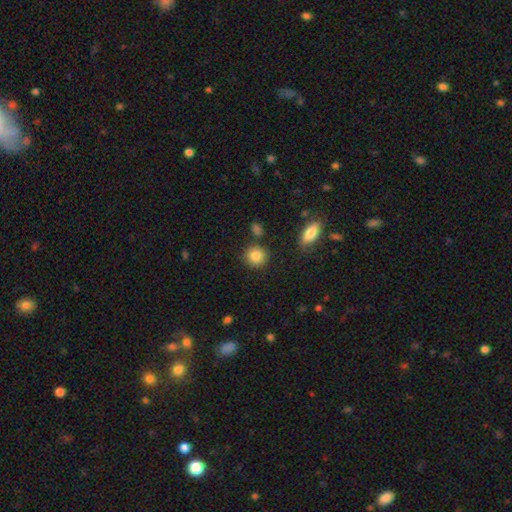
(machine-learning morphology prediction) A smooth galaxy with no disk features (86%) that is round (86%). Merging: none (83%).